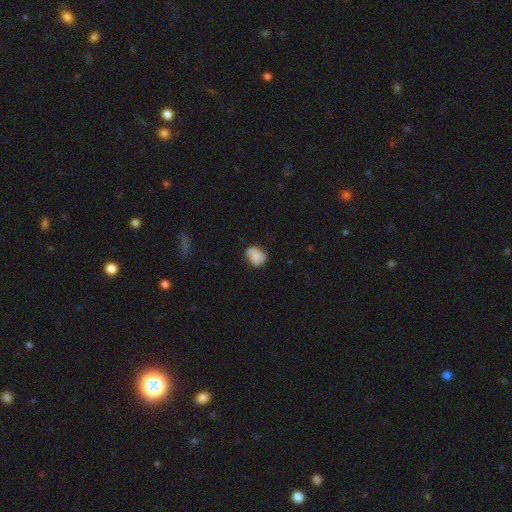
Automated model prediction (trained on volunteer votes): Overall: smooth (64%; featured or disk 27%). How rounded: in between (59%; round 40%). Merging: none (61%; minor disturbance 29%).